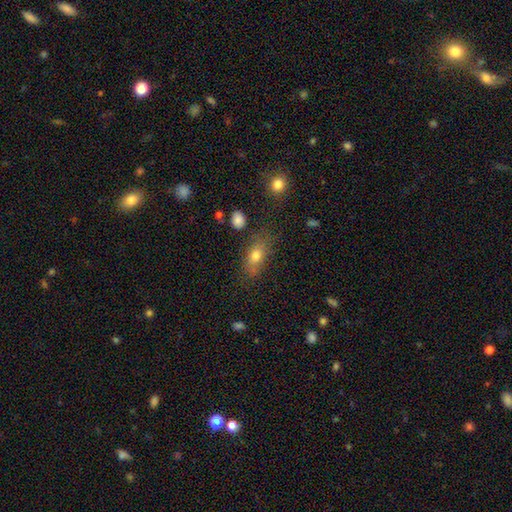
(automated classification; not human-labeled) Overall: smooth (73%). How rounded: in between (77%). Merging: none (68%).